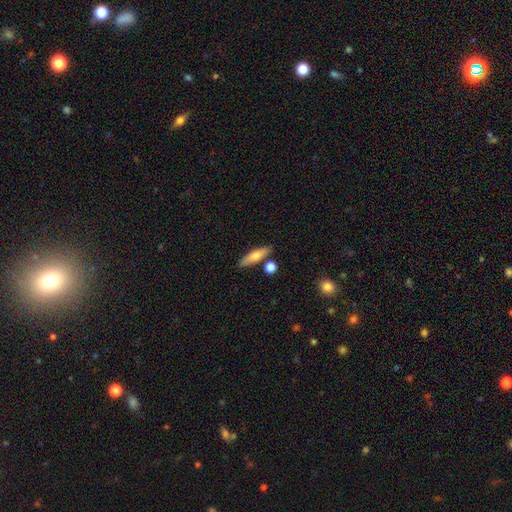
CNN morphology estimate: A smooth galaxy with no disk features (68%) that is cigar-shaped (63%). Merging: none (78%).